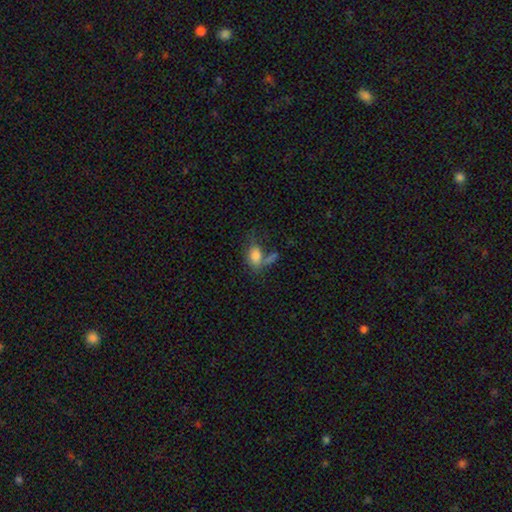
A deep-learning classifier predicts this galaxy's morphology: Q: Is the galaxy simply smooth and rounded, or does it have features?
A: smooth — 79%.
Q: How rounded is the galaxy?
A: in between — 85%.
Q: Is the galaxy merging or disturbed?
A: none — 35%.